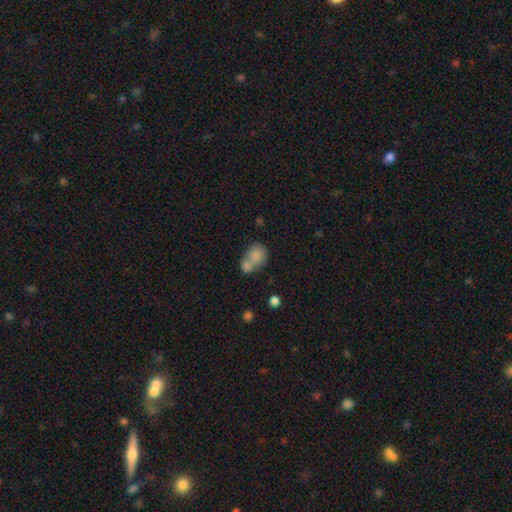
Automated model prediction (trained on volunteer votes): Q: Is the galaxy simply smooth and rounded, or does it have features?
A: smooth — 80%.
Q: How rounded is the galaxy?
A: round — 50%.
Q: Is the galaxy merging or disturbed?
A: merger — 59%.